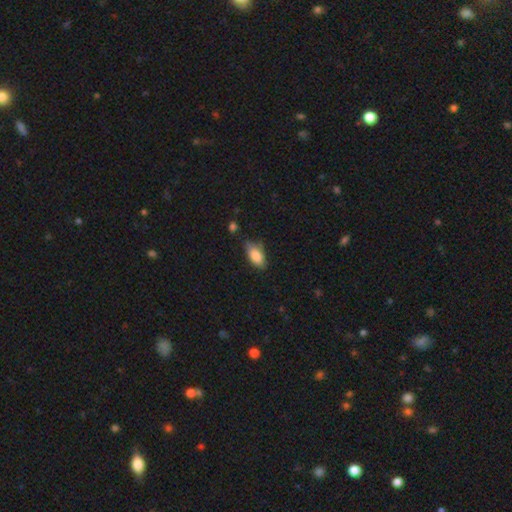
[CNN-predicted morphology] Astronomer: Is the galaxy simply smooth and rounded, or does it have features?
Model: smooth — 84%.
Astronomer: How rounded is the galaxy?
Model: in between — 90%.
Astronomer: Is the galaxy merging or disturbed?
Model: none — 64%.